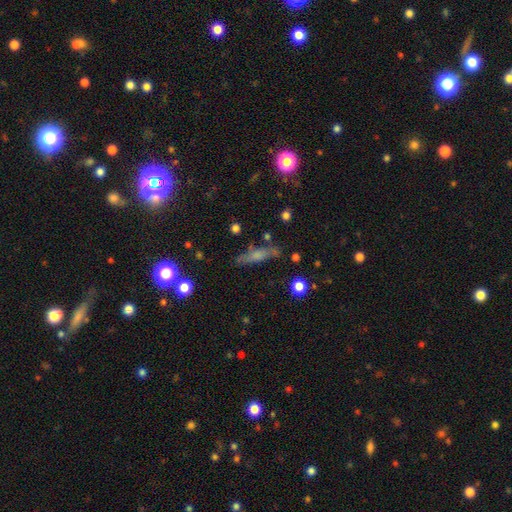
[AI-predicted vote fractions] Q: Smooth or featured?
A: smooth (46%); runner-up: featured or disk (38%)
Q: Merging?
A: none (76%); runner-up: minor disturbance (16%)